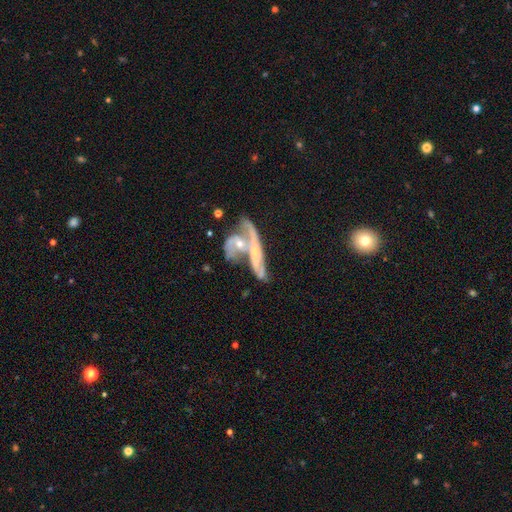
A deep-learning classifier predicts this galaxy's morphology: smooth-or-featured: featured or disk: 75% | smooth: 17% | star or artifact: 8%
  disk-edge-on: no: 81% | yes: 19%
    bar: no: 61% | weak: 27% | strong: 12%
    has-spiral-arms: yes: 80% | no: 20%
    bulge-size: small: 54% | moderate: 34% | none: 8% | large: 2% | dominant: 1%
  merging: merger: 63% | none: 18% | major disturbance: 10% | minor disturbance: 8%